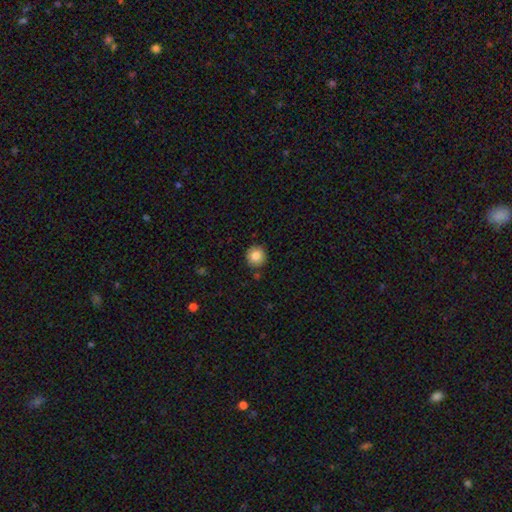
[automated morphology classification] smooth-or-featured: smooth: 84% | star or artifact: 9% | featured or disk: 7%
  how-rounded: round: 94% | in between: 5% | cigar-shaped: 1%
  merging: none: 88% | minor disturbance: 8% | merger: 2% | major disturbance: 2%